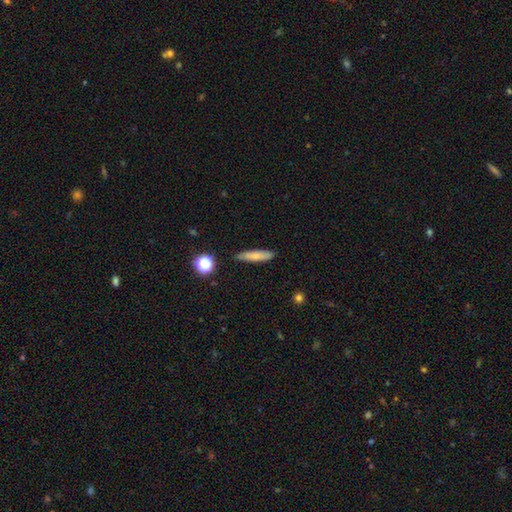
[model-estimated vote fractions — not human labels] Q: Smooth or featured?
A: smooth (74%); runner-up: featured or disk (18%)
Q: How rounded?
A: cigar-shaped (82%); runner-up: in between (16%)
Q: Merging?
A: none (85%); runner-up: minor disturbance (11%)